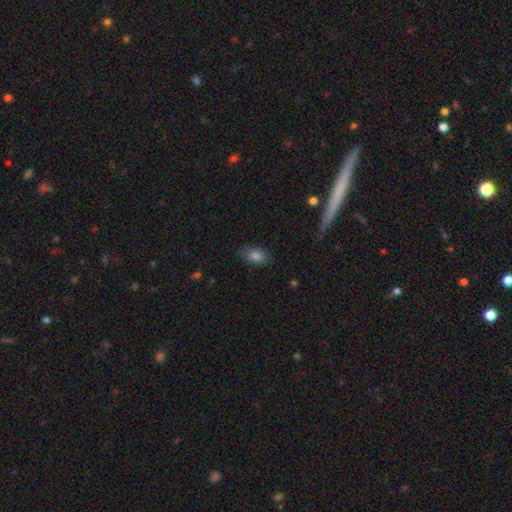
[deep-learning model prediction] Smooth or featured?
  - smooth: 81% *
  - featured or disk: 10%
  - star or artifact: 9%
How rounded?
  - in between: 89% *
  - round: 8%
  - cigar-shaped: 3%
Merging?
  - none: 80% *
  - minor disturbance: 16%
  - major disturbance: 3%
  - merger: 1%